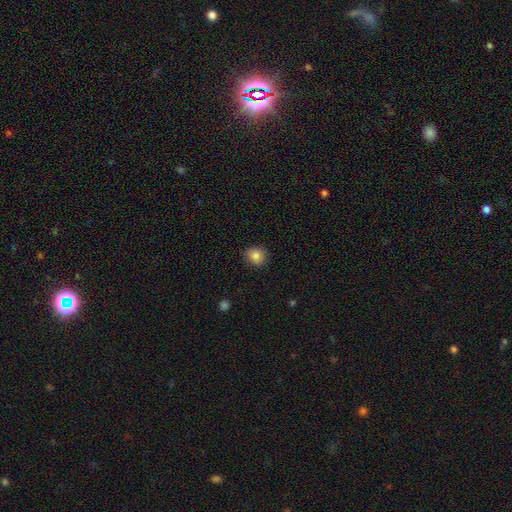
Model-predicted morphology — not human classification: Smooth or featured? smooth (85%)
How rounded? round (83%)
Merging? none (87%)